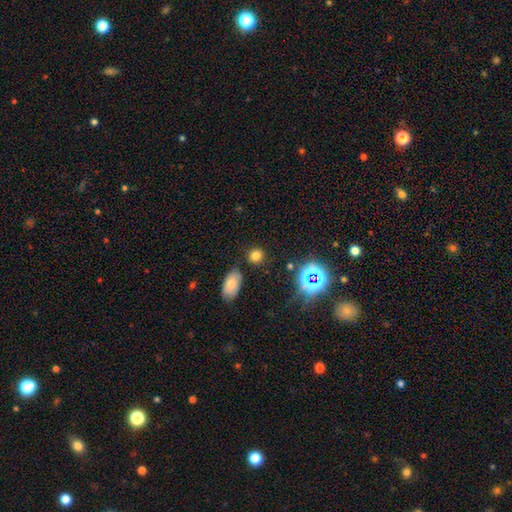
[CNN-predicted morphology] A smooth galaxy with no disk features (73%) that is round (79%). Merging: none (83%).